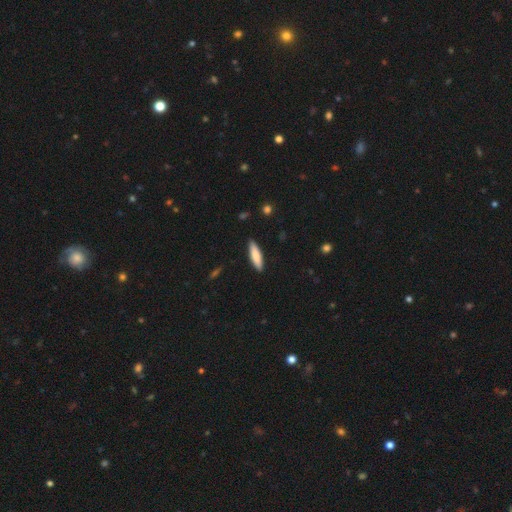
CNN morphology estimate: Q: Smooth or featured?
A: smooth (81%); runner-up: featured or disk (13%)
Q: How rounded?
A: cigar-shaped (69%); runner-up: in between (29%)
Q: Merging?
A: none (90%); runner-up: minor disturbance (8%)